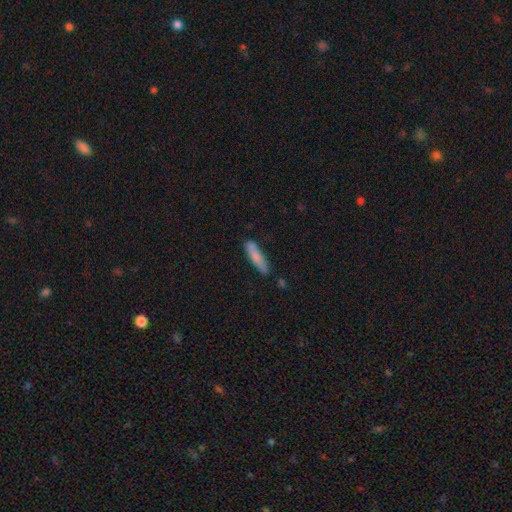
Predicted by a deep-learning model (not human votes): Smooth or featured: smooth — 80% (featured or disk — 15%)
How rounded: cigar-shaped — 83% (in between — 16%)
Merging: none — 77% (minor disturbance — 17%)